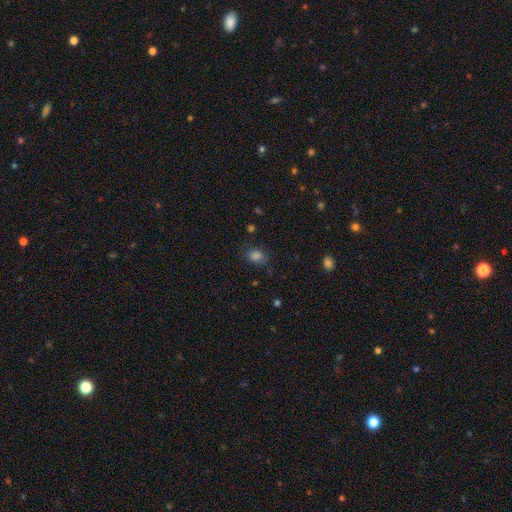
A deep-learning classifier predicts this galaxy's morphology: smooth 82%, star or artifact 13%, featured or disk 5%. Down the decision tree: how rounded — in between (66%); merging — none (77%).